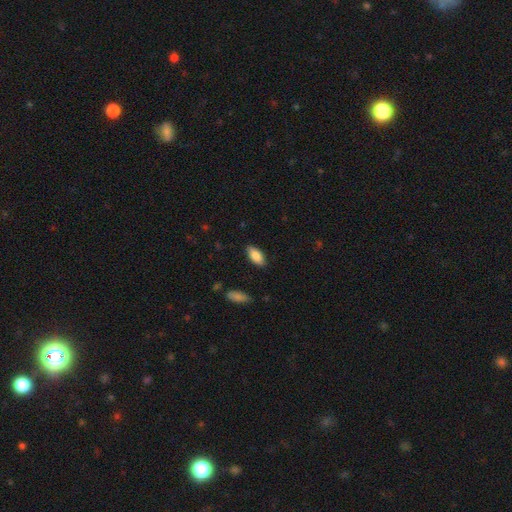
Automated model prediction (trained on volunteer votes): This is clearly a smooth galaxy (86%). How rounded: clearly in between (89%). Merging: clearly none (85%).